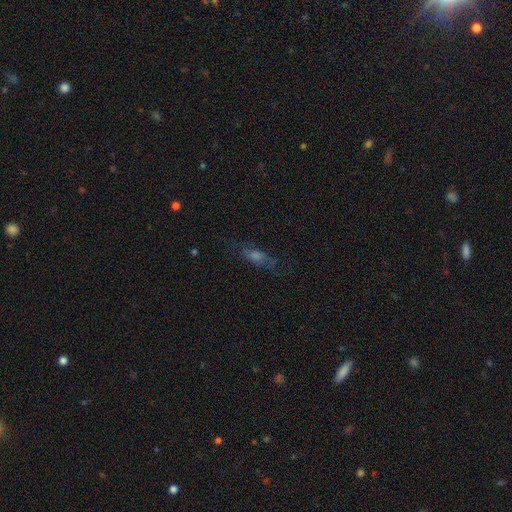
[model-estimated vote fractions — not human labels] Smooth or featured?
  - smooth: 40% *
  - featured or disk: 39%
  - star or artifact: 22%
Merging?
  - none: 68% *
  - minor disturbance: 19%
  - major disturbance: 12%
  - merger: 2%